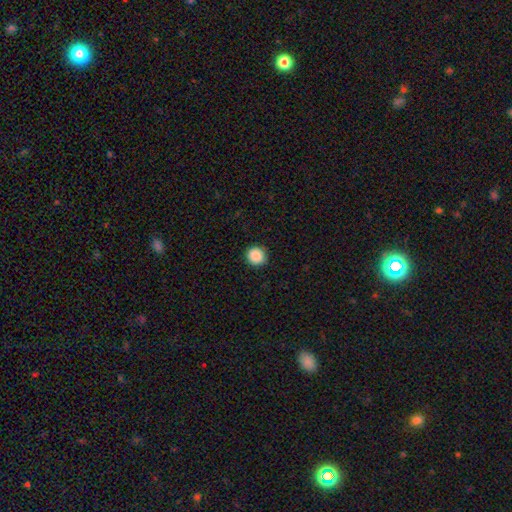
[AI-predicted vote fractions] smooth_or_featured: smooth (p=0.89) [alt: star or artifact p=0.09]
how_rounded: round (p=0.92) [alt: in between p=0.07]
merging: none (p=0.90) [alt: minor disturbance p=0.07]